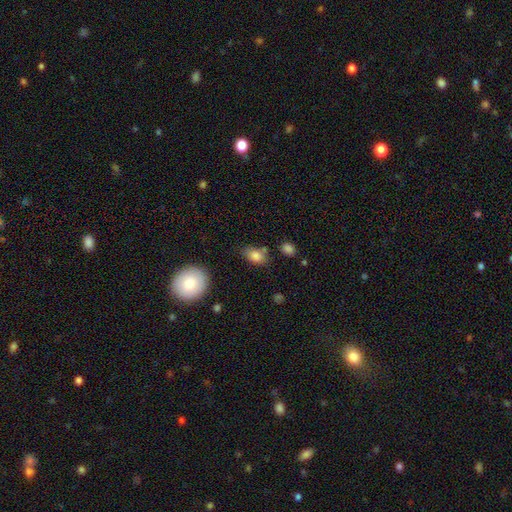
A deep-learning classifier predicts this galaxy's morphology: Smooth or featured?
  - smooth: 84% *
  - star or artifact: 9%
  - featured or disk: 7%
How rounded?
  - in between: 85% *
  - round: 13%
  - cigar-shaped: 2%
Merging?
  - none: 68% *
  - minor disturbance: 19%
  - merger: 8%
  - major disturbance: 5%